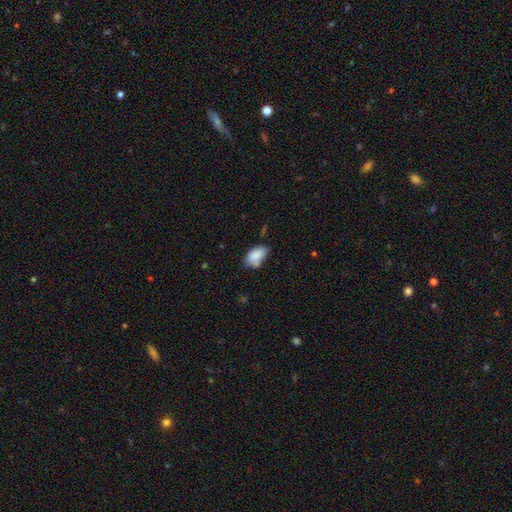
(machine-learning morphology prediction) Smooth or featured? Predicted: smooth (p=0.86). How rounded? Predicted: in between (p=0.92). Merging? Predicted: none (p=0.61).